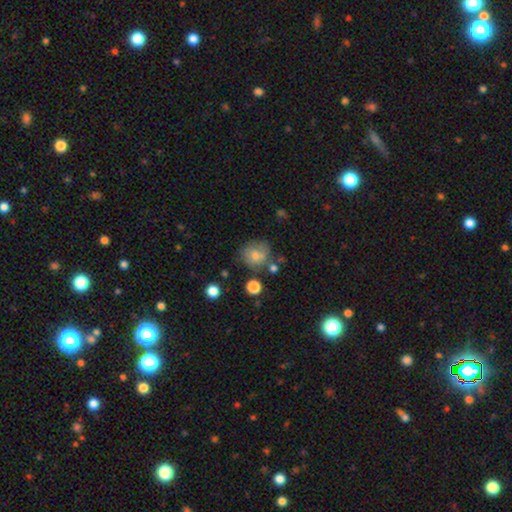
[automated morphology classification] A smooth galaxy with no disk features (66%) that is round (79%). Merging: none (63%).